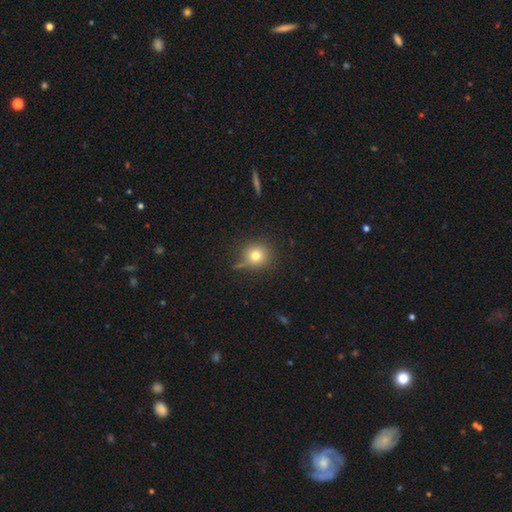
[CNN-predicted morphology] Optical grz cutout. It shows a smooth galaxy with no disk features (76%) that is round (92%). Merging: none (75%).